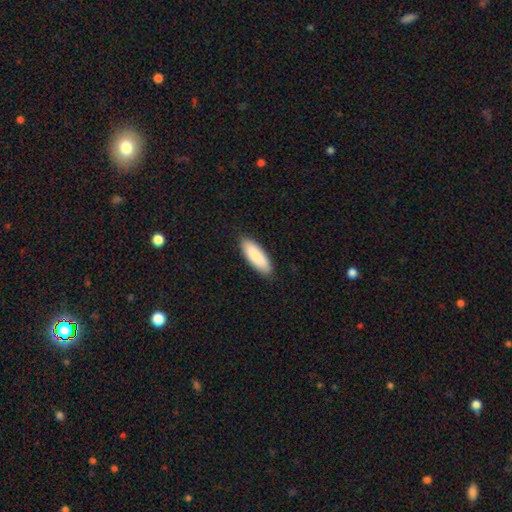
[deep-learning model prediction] A smooth galaxy with no disk features (89%) that is in between round and cigar-shaped (64%). Merging: none (87%).